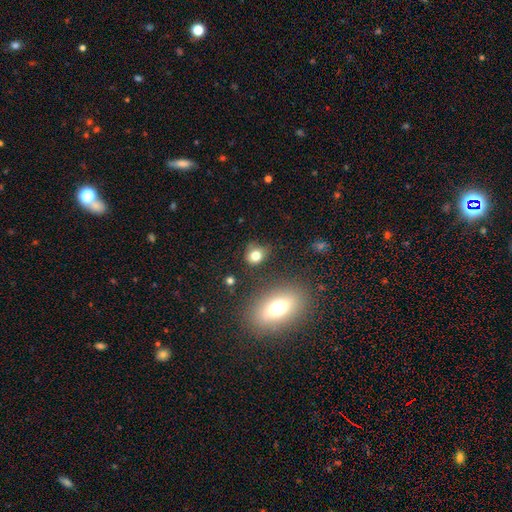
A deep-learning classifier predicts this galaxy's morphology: A smooth galaxy with no disk features (77%) that is round (65%).

Vote fractions:
- Smooth or featured? smooth: 77% / star or artifact: 13% / featured or disk: 10%
- How rounded? round: 65% / in between: 34% / cigar-shaped: 1%
- Merging? none: 64% / minor disturbance: 22% / major disturbance: 8% / merger: 7%